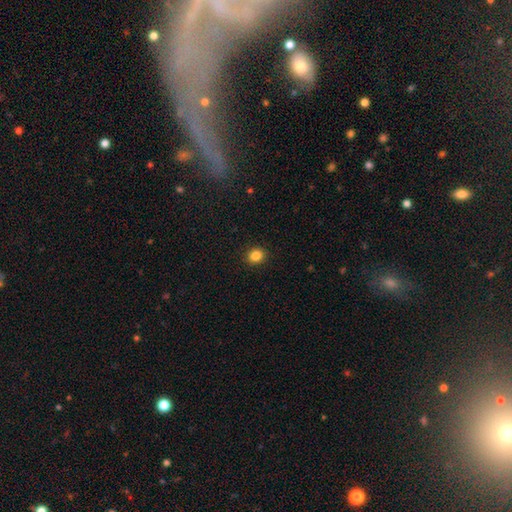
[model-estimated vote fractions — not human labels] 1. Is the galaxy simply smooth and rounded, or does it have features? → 85% smooth, 11% star or artifact, 4% featured or disk.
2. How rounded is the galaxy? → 70% round, 29% in between, 1% cigar-shaped.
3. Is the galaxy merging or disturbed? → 91% none, 6% minor disturbance, 2% major disturbance, 1% merger.